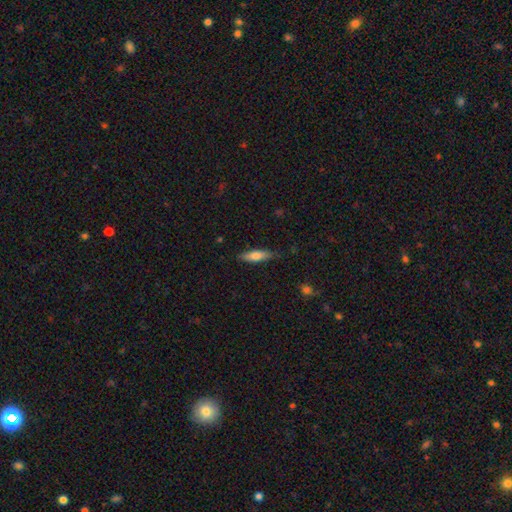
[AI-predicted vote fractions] This is likely a smooth galaxy (71%). How rounded: possibly cigar-shaped (59%). Merging: clearly none (82%).